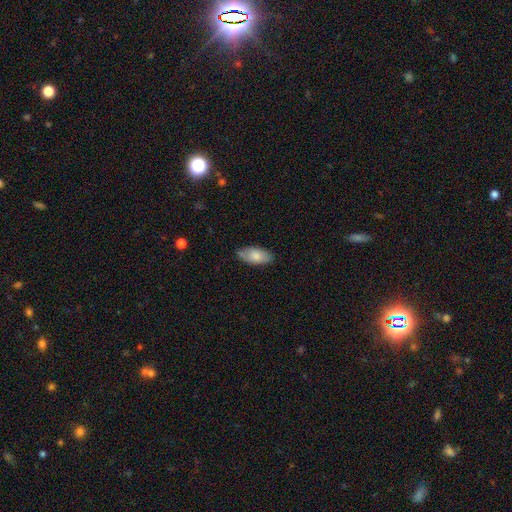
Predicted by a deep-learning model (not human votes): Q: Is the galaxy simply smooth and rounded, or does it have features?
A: smooth — 78%.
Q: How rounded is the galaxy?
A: in between — 91%.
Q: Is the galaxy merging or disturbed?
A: none — 77%.